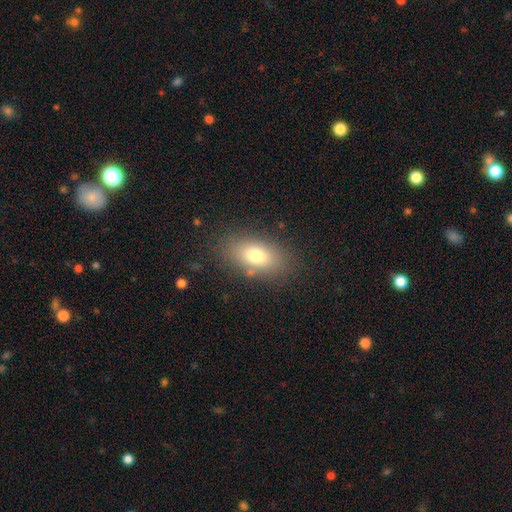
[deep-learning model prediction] Smooth or featured: smooth — 76% (featured or disk — 14%)
How rounded: in between — 87% (round — 8%)
Merging: none — 82% (minor disturbance — 11%)